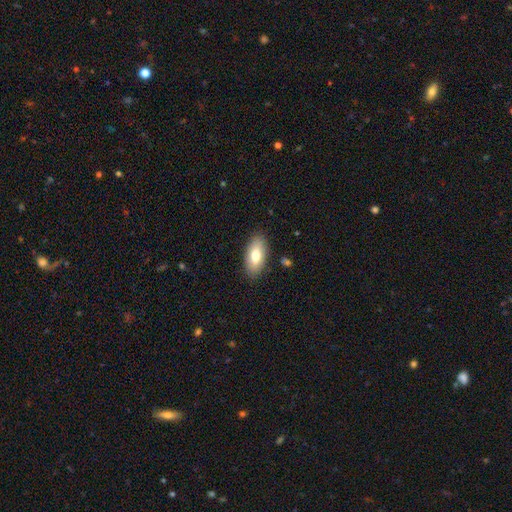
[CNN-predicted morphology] Smooth or featured? Predicted: smooth (p=0.77). How rounded? Predicted: in between (p=0.90). Merging? Predicted: none (p=0.86).